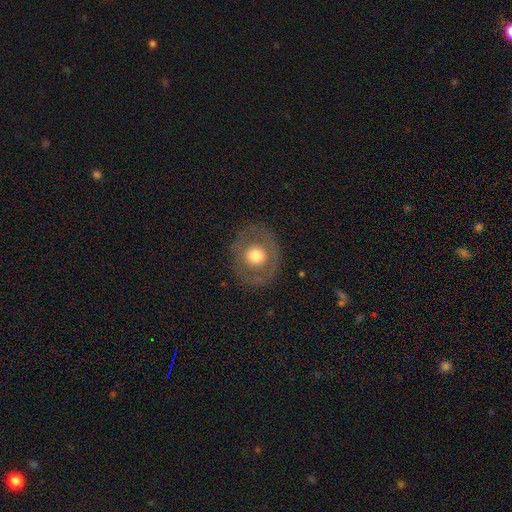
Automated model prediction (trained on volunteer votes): Smooth or featured? Predicted: smooth (p=0.56). How rounded? Predicted: round (p=0.80). Merging? Predicted: none (p=0.82).